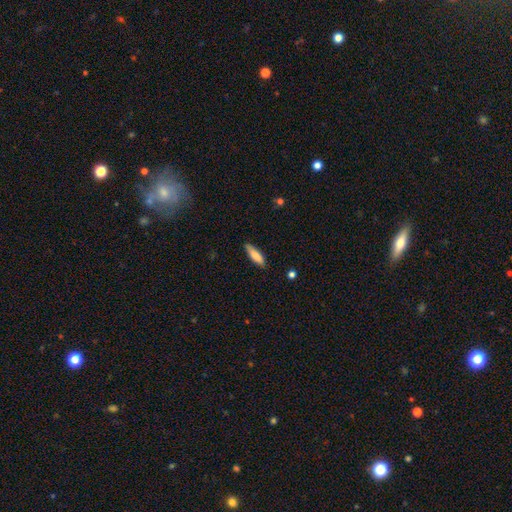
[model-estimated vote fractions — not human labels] smooth-or-featured: smooth: 82% | featured or disk: 12% | star or artifact: 6%
  how-rounded: cigar-shaped: 62% | in between: 37% | round: 2%
  merging: none: 83% | minor disturbance: 14% | major disturbance: 2% | merger: 1%